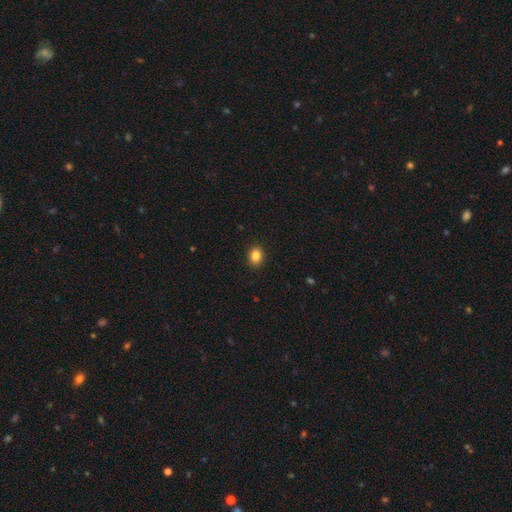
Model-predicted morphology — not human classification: Smooth or featured? Predicted: smooth (p=0.85). How rounded? Predicted: in between (p=0.50). Merging? Predicted: none (p=0.91).